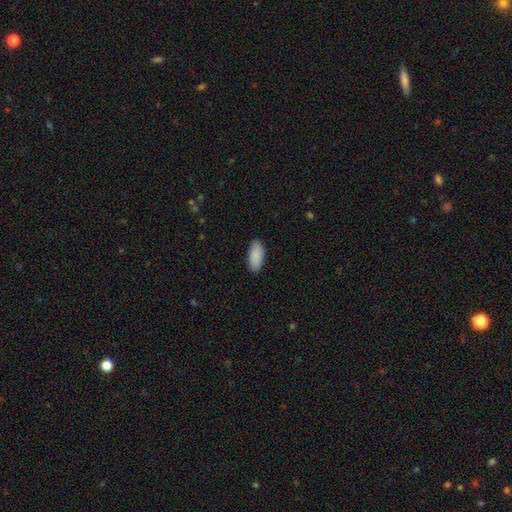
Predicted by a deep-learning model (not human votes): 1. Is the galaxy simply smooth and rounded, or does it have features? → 89% smooth, 6% star or artifact, 5% featured or disk.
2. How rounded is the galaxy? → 90% in between, 8% cigar-shaped, 2% round.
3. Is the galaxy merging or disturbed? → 86% none, 11% minor disturbance, 2% major disturbance, 1% merger.